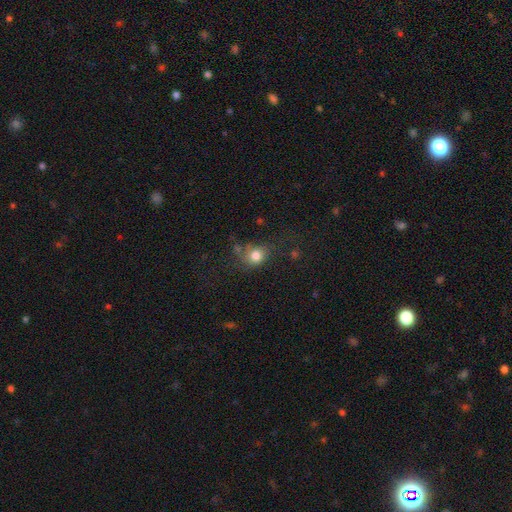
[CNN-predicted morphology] Smooth or featured? smooth (79%)
How rounded? round (70%)
Merging? none (58%)